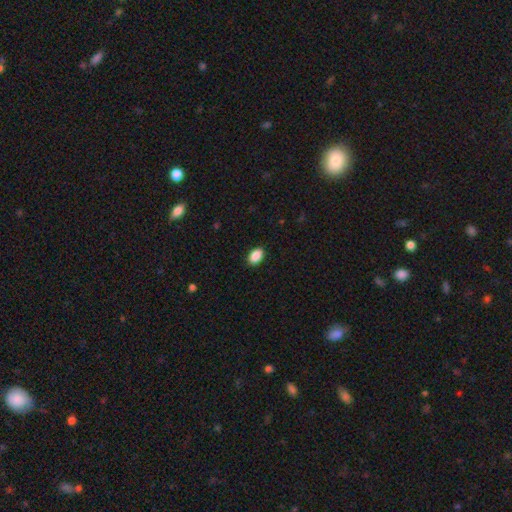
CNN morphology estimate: Smooth or featured? Predicted: smooth (p=0.90). How rounded? Predicted: in between (p=0.88). Merging? Predicted: none (p=0.89).